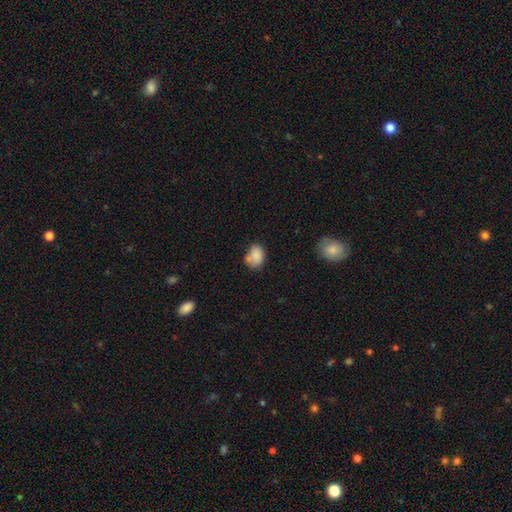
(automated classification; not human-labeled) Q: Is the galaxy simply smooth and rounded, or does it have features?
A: smooth — 82%.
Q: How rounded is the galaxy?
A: in between — 67%.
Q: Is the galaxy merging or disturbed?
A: none — 51%.